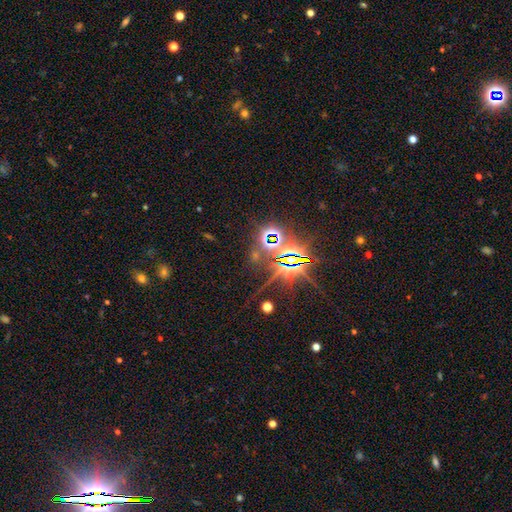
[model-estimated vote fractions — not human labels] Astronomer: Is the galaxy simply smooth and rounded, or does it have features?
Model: star or artifact — 82%.